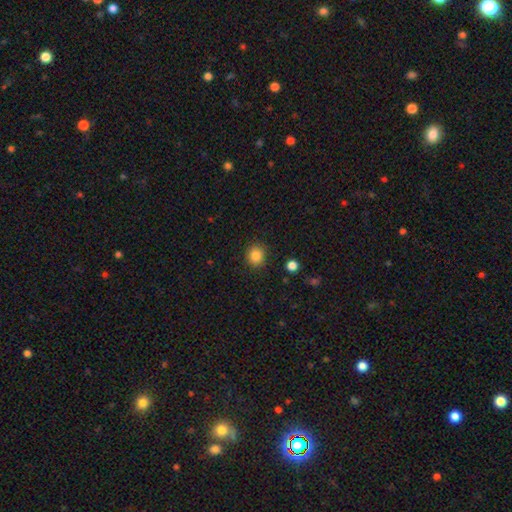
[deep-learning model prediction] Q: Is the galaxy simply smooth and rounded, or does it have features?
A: smooth — 85%.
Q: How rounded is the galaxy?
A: round — 82%.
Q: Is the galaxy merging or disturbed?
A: none — 88%.